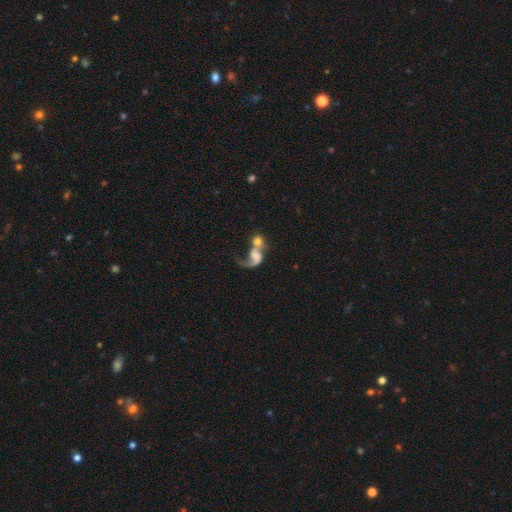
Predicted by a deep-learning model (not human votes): smooth-or-featured: featured or disk: 56% | smooth: 34% | star or artifact: 10%
  disk-edge-on: no: 97% | yes: 3%
    bar: no: 65% | weak: 26% | strong: 9%
    has-spiral-arms: yes: 76% | no: 24%
    bulge-size: none: 32% | moderate: 22% | small: 21% | large: 18% | dominant: 7%
  merging: merger: 61% | major disturbance: 20% | none: 13% | minor disturbance: 6%